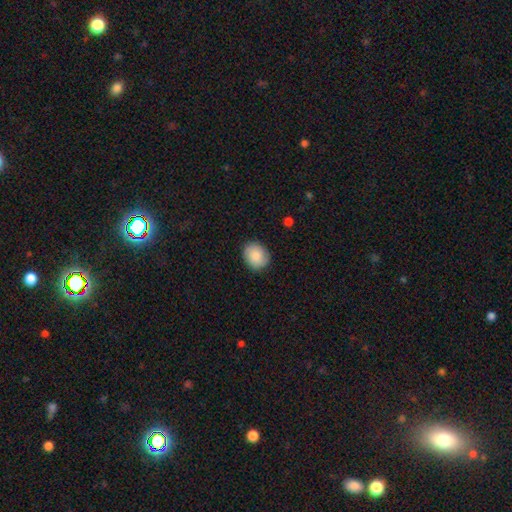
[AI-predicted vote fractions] smooth 86%, featured or disk 7%, star or artifact 7%. Down the decision tree: how rounded — round (56%); merging — none (87%).